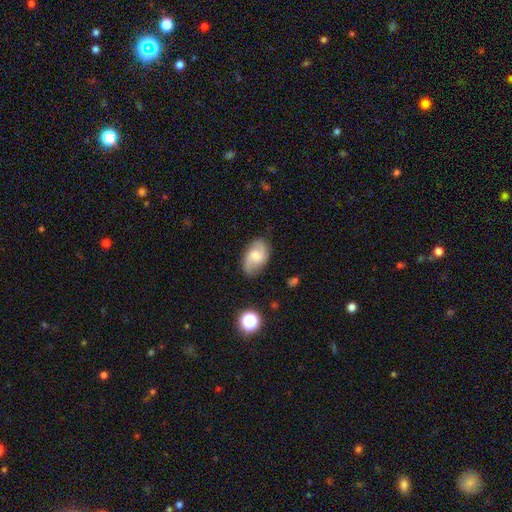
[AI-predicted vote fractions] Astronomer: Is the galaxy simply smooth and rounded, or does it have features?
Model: featured or disk — 57% (runner-up: smooth, 35%).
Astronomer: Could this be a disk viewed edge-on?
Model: no — 96%.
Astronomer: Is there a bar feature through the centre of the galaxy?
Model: no — 52% (runner-up: weak, 42%).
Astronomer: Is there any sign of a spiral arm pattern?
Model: yes — 92%.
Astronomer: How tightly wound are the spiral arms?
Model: medium — 45% (runner-up: loose, 37%).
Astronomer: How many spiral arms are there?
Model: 2 — 80%.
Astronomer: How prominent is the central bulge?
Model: moderate — 46% (runner-up: small, 33%).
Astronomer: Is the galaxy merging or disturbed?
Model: none — 77%.